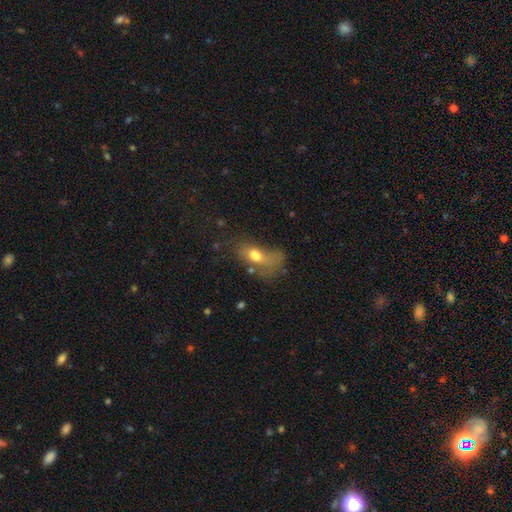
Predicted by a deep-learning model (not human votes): smooth 65%, featured or disk 24%, star or artifact 12%. Down the decision tree: how rounded — in between (82%); merging — major disturbance (42%).